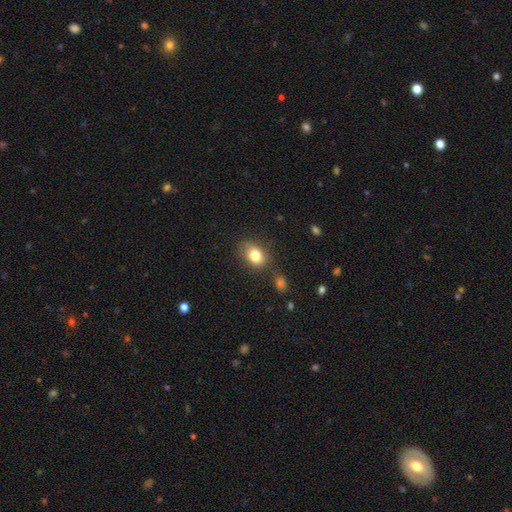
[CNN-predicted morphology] Overall: smooth (81%). How rounded: in between (71%). Merging: none (71%).